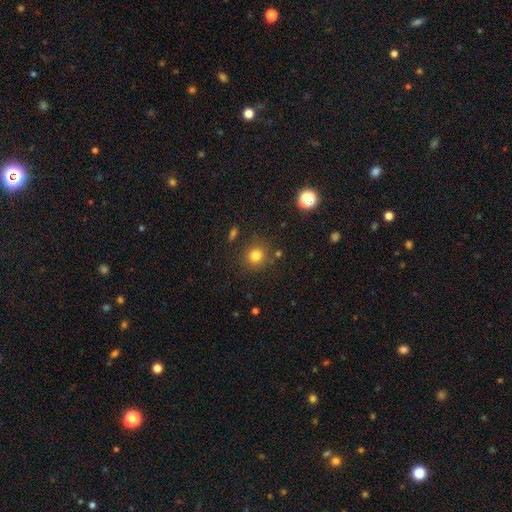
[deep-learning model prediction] smooth_or_featured: smooth (p=0.80) [alt: star or artifact p=0.13]
how_rounded: round (p=0.88) [alt: in between p=0.11]
merging: none (p=0.82) [alt: minor disturbance p=0.10]